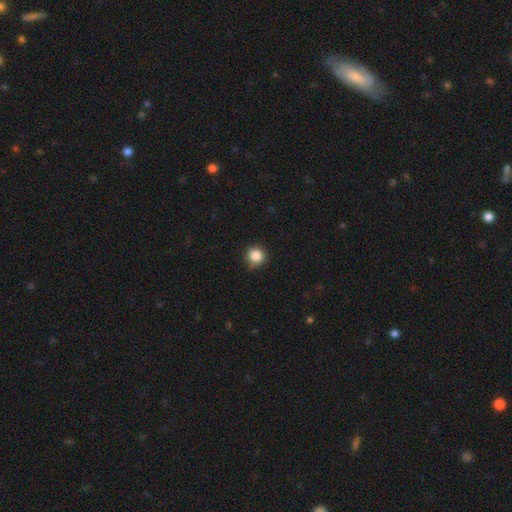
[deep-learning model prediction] Smooth or featured? Predicted: smooth (p=0.86). How rounded? Predicted: round (p=0.95). Merging? Predicted: none (p=0.88).